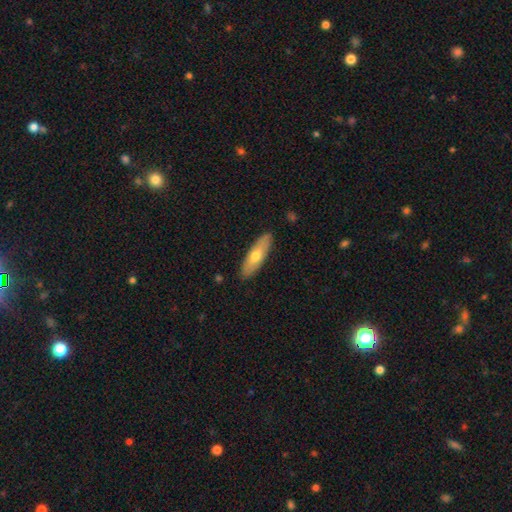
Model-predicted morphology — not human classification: Smooth or featured? smooth (60%)
How rounded? cigar-shaped (53%)
Merging? none (88%)